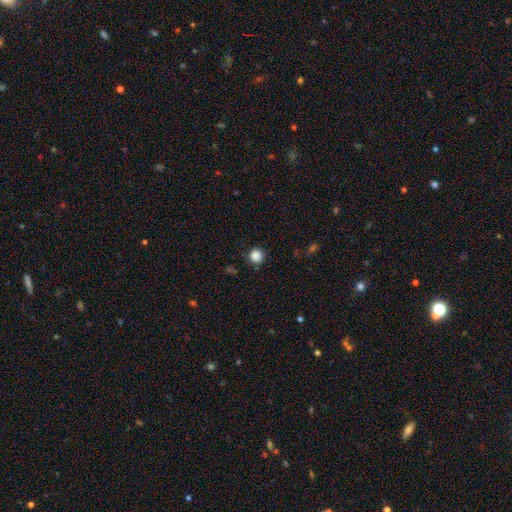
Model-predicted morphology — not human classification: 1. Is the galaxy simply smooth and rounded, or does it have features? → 86% smooth, 11% star or artifact, 3% featured or disk.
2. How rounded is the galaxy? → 94% round, 5% in between, 1% cigar-shaped.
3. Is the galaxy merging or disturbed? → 87% none, 8% minor disturbance, 3% major disturbance, 1% merger.